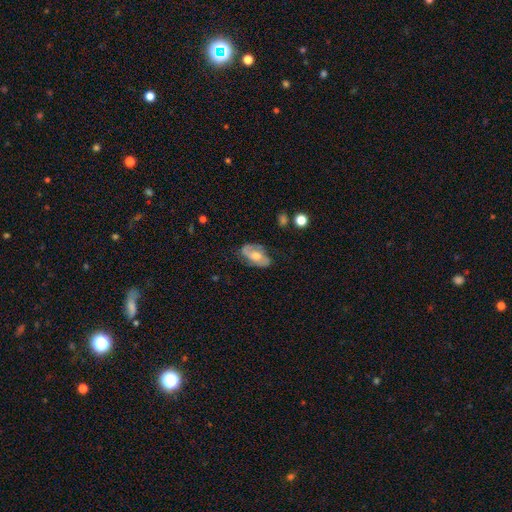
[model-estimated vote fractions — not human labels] featured or disk 62%, smooth 30%, star or artifact 7%. Down the decision tree: edge-on disk — no (92%); bar — no (57%); spiral arms — yes (78%); bulge size — moderate (67%); merging — none (69%).